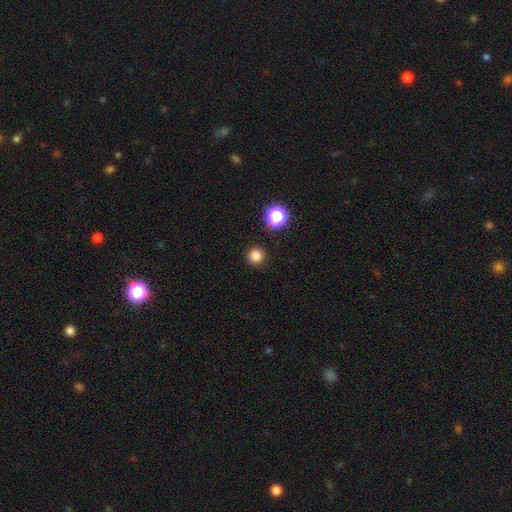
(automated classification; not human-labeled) Q: Smooth or featured?
A: smooth (81%); runner-up: star or artifact (15%)
Q: How rounded?
A: round (94%); runner-up: in between (5%)
Q: Merging?
A: none (91%); runner-up: minor disturbance (6%)